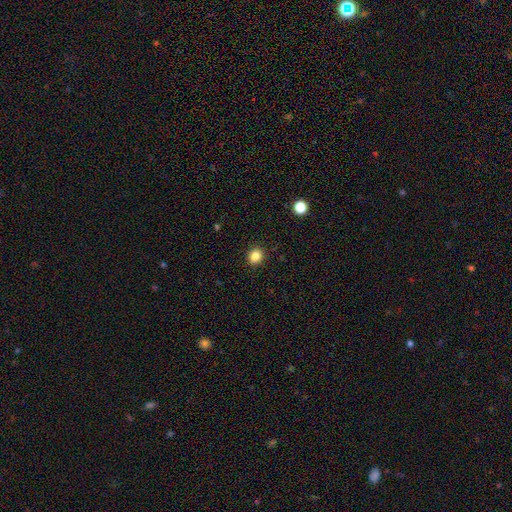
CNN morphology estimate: The model was most divided on "how rounded": round: 70%, in between: 29%, cigar-shaped: 1%. More confident: merging — none (91%); smooth or featured — smooth (85%).